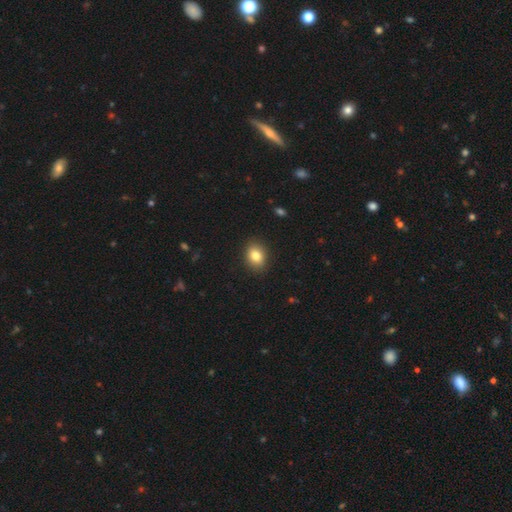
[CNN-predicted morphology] Smooth or featured? Predicted: smooth (p=0.82). How rounded? Predicted: in between (p=0.60). Merging? Predicted: none (p=0.89).